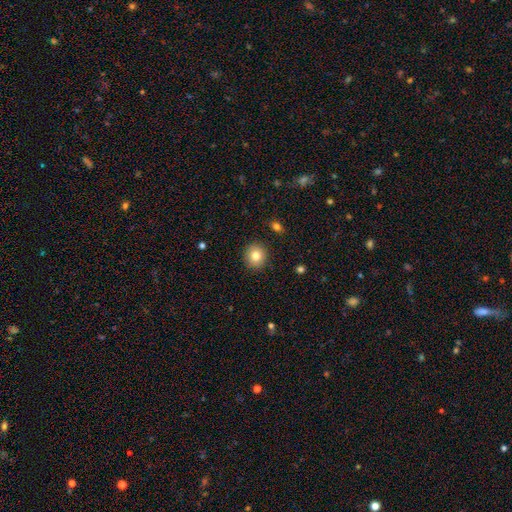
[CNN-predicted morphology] A smooth galaxy with no disk features (82%) that is round (85%). Merging: none (90%).